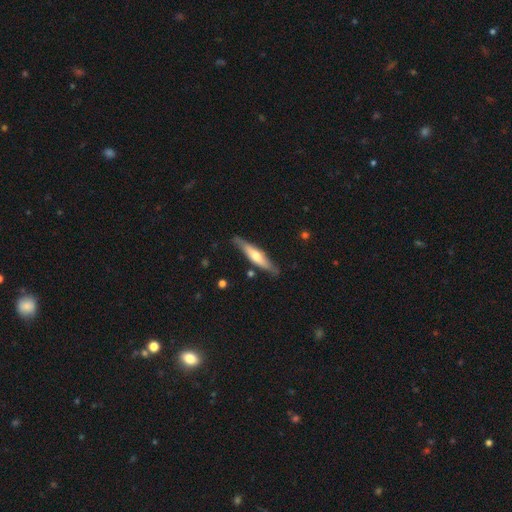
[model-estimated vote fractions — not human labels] This is possibly a featured or disk galaxy (51%). It is clearly viewed edge-on (87%). Merging: clearly none (82%).